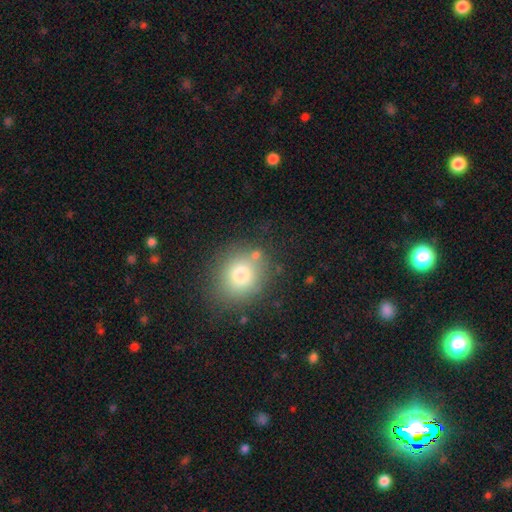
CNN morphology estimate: type=smooth (77%); roundness=round (77%); merging=none (76%).